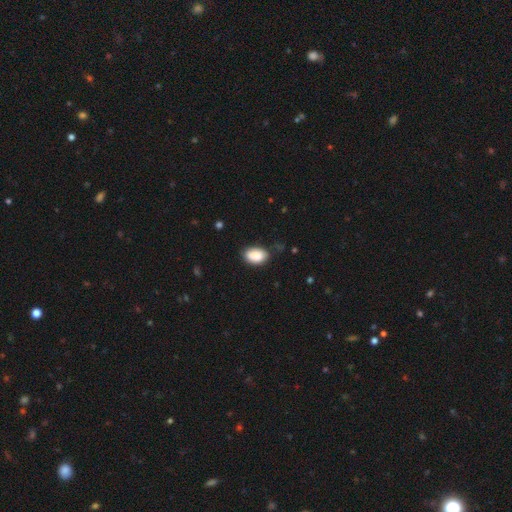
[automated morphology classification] Smooth or featured: smooth — 88% (star or artifact — 7%)
How rounded: in between — 90% (round — 9%)
Merging: none — 73% (minor disturbance — 21%)